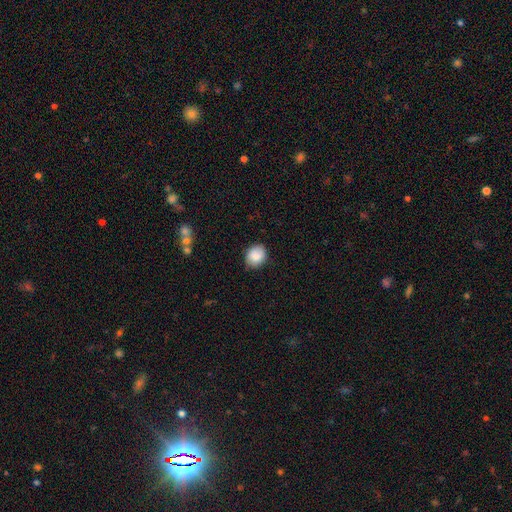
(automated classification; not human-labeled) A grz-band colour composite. It shows a smooth galaxy with no disk features (84%) that is round (57%). Merging: none (81%).